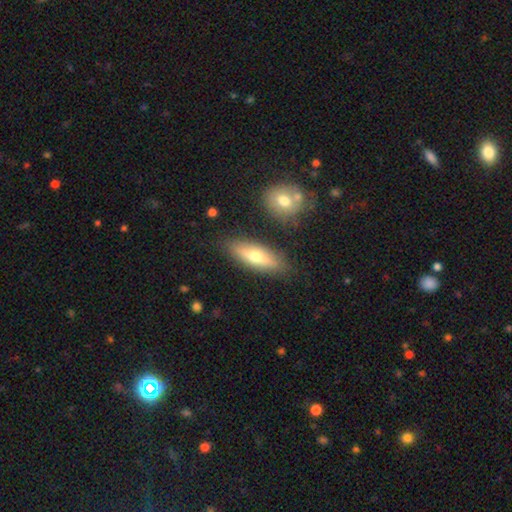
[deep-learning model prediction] Q: Smooth or featured?
A: smooth (54%); runner-up: featured or disk (40%)
Q: How rounded?
A: cigar-shaped (50%); runner-up: in between (47%)
Q: Merging?
A: none (84%); runner-up: minor disturbance (10%)